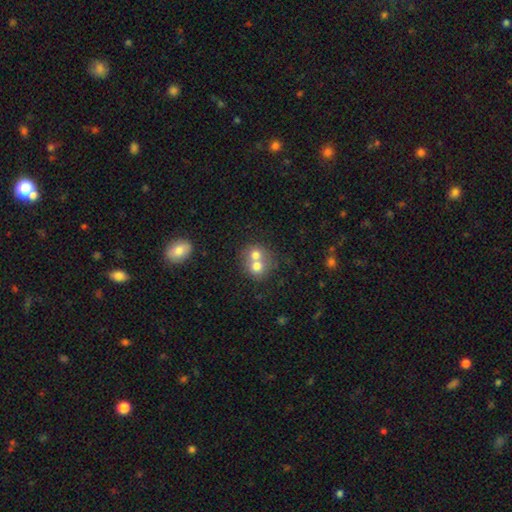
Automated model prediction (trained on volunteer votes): Smooth or featured?
  - smooth: 69% *
  - featured or disk: 21%
  - star or artifact: 10%
How rounded?
  - round: 75% *
  - in between: 24%
  - cigar-shaped: 1%
Merging?
  - merger: 66% *
  - none: 26%
  - minor disturbance: 5%
  - major disturbance: 2%